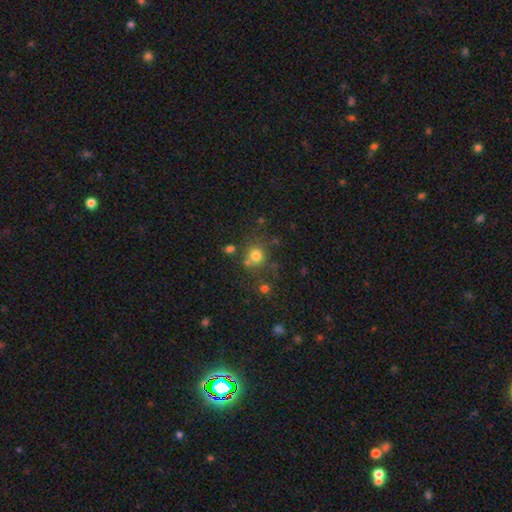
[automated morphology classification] A smooth galaxy with no disk features (75%) that is round (87%). Merging: none (70%).